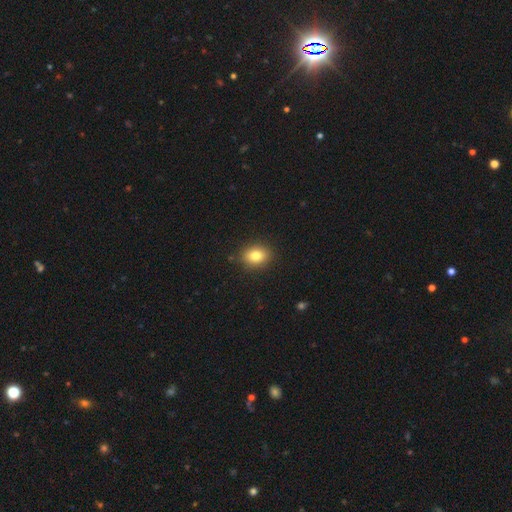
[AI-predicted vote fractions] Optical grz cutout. It shows a smooth galaxy with no disk features (81%) that is in between round and cigar-shaped (63%). Merging: none (88%).